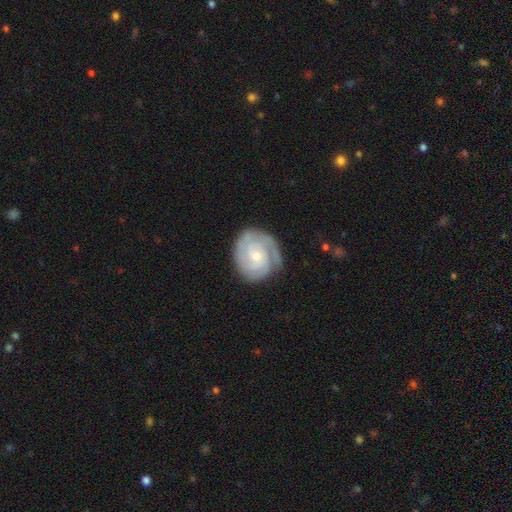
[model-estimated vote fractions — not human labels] Smooth or featured? Predicted: featured or disk (p=0.81). Edge-on disk? Predicted: no (p=0.98). Bar? Predicted: no (p=0.69). Spiral arms? Predicted: yes (p=0.95). Spiral winding? Predicted: tight (p=0.71). Spiral arm count? Predicted: 2 (p=0.35). Bulge size? Predicted: small (p=0.66). Merging? Predicted: none (p=0.73).